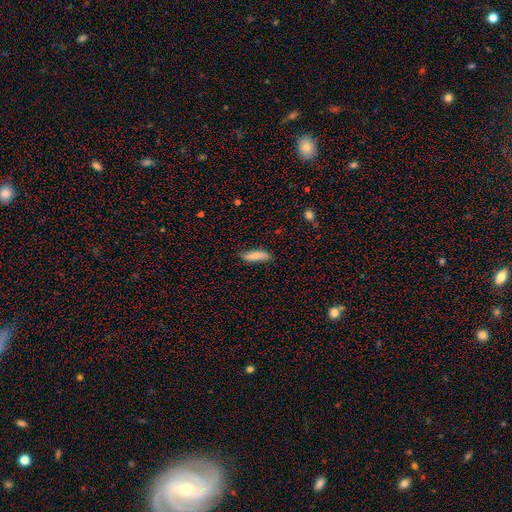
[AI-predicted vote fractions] Overall: smooth (81%). How rounded: cigar-shaped (61%; in between 37%). Merging: none (79%).